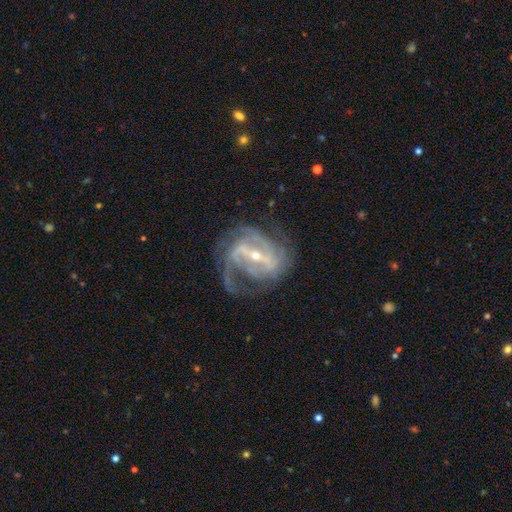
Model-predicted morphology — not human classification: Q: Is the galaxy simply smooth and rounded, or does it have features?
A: featured or disk — 90%.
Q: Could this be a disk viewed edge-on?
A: no — 96%.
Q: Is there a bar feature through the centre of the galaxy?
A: strong — 67%.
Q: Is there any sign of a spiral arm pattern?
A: yes — 95%.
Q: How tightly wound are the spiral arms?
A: medium — 48%.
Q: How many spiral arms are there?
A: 2 — 42%.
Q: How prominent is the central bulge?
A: small — 65%.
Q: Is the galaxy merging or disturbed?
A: none — 56%.